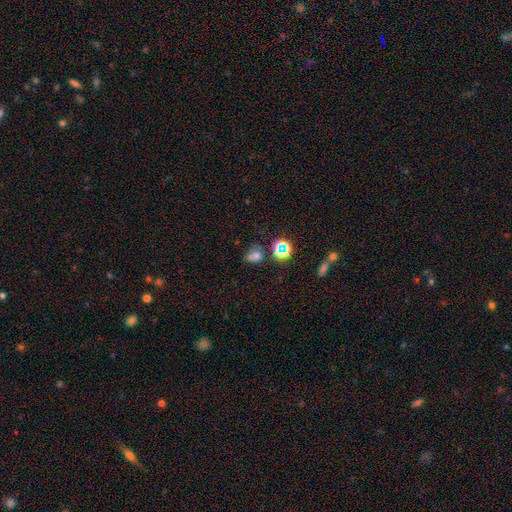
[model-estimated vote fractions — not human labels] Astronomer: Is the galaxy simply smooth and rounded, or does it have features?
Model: smooth — 57%.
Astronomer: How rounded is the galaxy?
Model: round — 53% (runner-up: in between, 46%).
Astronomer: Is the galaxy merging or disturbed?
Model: none — 48%.